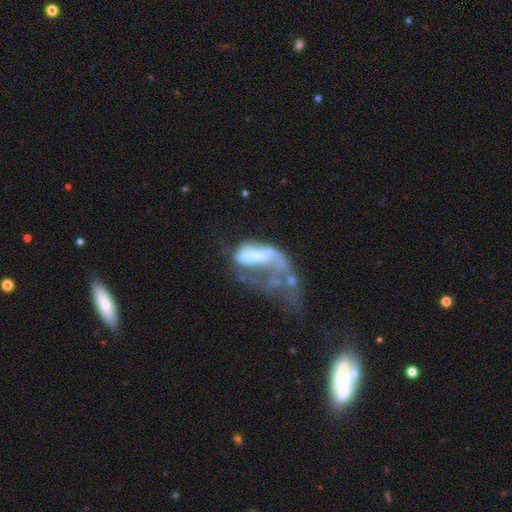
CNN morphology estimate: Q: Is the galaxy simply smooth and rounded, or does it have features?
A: featured or disk — 59%.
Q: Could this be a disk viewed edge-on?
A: no — 96%.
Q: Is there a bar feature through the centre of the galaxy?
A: no — 71%.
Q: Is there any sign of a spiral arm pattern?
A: no — 77%.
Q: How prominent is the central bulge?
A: moderate — 34%.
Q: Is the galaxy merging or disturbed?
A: major disturbance — 45%.